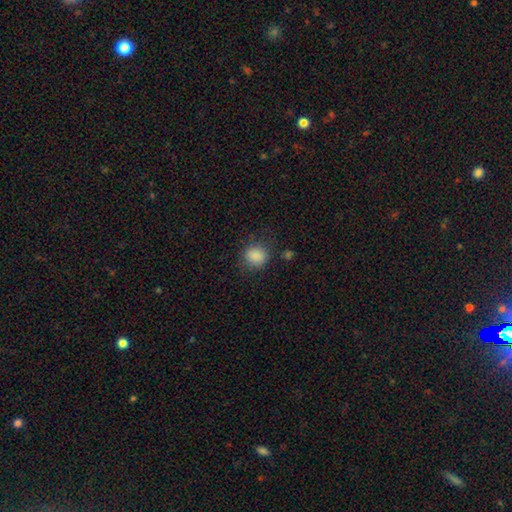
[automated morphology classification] Smooth or featured?
  - smooth: 86% *
  - star or artifact: 10%
  - featured or disk: 4%
How rounded?
  - round: 74% *
  - in between: 25%
  - cigar-shaped: 1%
Merging?
  - none: 77% *
  - minor disturbance: 15%
  - major disturbance: 6%
  - merger: 2%